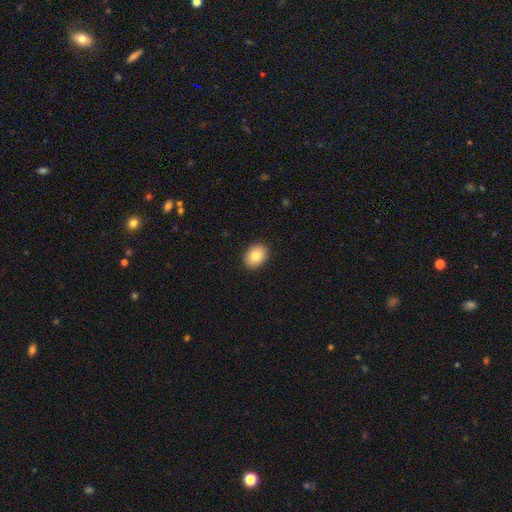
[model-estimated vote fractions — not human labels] The model was most divided on "how rounded": in between: 68%, round: 32%, cigar-shaped: 1%. More confident: merging — none (91%); smooth or featured — smooth (84%).